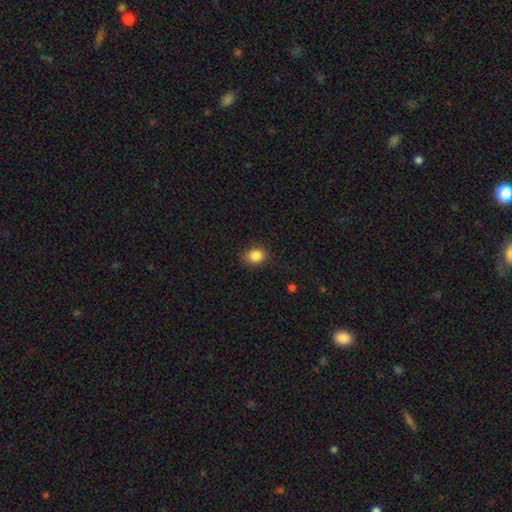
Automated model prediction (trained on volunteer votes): A smooth galaxy with no disk features (86%) that is round (55%).

Vote fractions:
- Smooth or featured? smooth: 86% / star or artifact: 10% / featured or disk: 4%
- How rounded? round: 55% / in between: 44% / cigar-shaped: 1%
- Merging? none: 84% / minor disturbance: 12% / major disturbance: 3% / merger: 1%